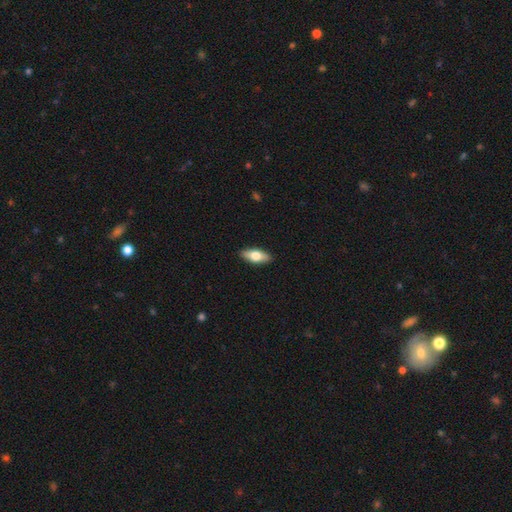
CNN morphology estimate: type=smooth (65%); roundness=in between (79%); merging=none (90%).